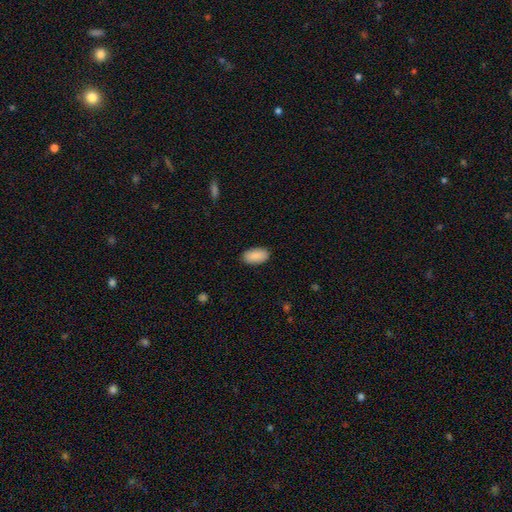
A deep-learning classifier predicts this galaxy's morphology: Overall: smooth (90%). How rounded: in between (95%). Merging: none (89%).